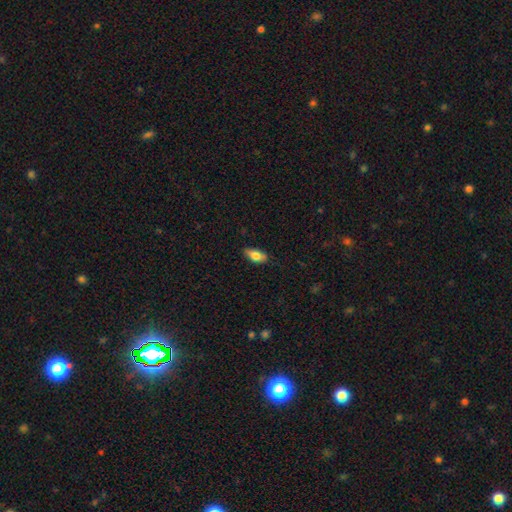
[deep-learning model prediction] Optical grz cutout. It shows a smooth galaxy with no disk features (78%) that is in between round and cigar-shaped (87%). Merging: none (82%).